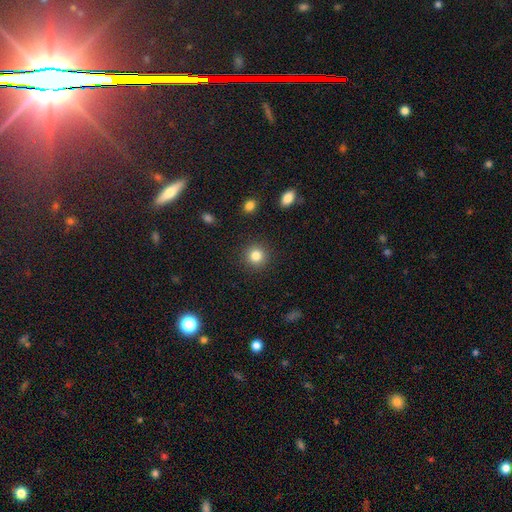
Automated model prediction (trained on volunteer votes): smooth 83%, star or artifact 11%, featured or disk 6%. Down the decision tree: how rounded — round (94%); merging — none (91%).